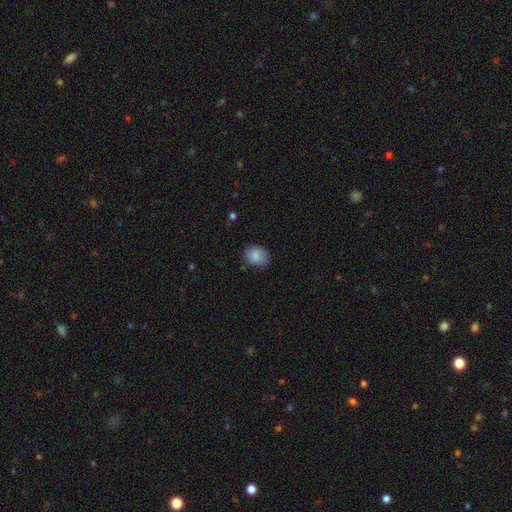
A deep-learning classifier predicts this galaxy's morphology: smooth 85%, star or artifact 8%, featured or disk 7%. Down the decision tree: how rounded — in between (50%); merging — none (73%).